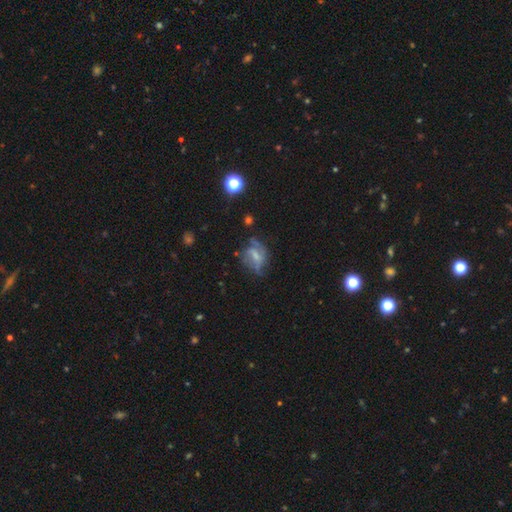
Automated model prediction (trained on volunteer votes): Smooth or featured?
  - featured or disk: 57% *
  - smooth: 30%
  - star or artifact: 13%
Edge-on disk?
  - no: 95% *
  - yes: 5%
Bar?
  - weak: 45% *
  - no: 36%
  - strong: 19%
Spiral arms?
  - yes: 64% *
  - no: 36%
Bulge size?
  - small: 39% *
  - moderate: 32%
  - none: 23%
  - large: 4%
  - dominant: 1%
Merging?
  - none: 46% *
  - minor disturbance: 26%
  - major disturbance: 24%
  - merger: 4%